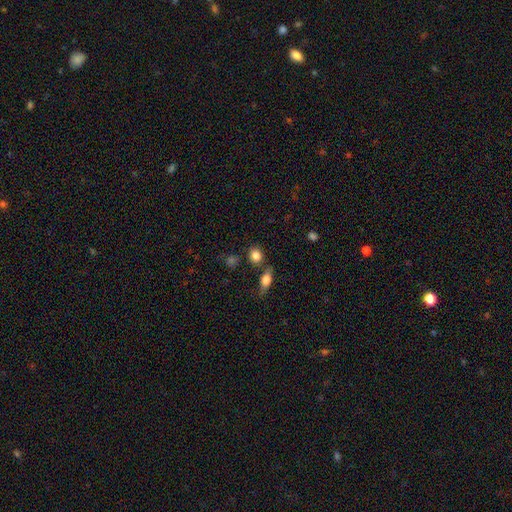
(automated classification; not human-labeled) This appears to be a smooth galaxy with no disk features (83%) that is round (74%). Merging: none (74%).